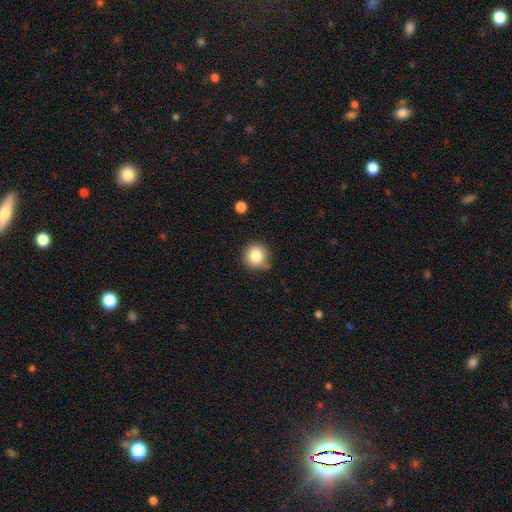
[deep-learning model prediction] Smooth or featured? Predicted: smooth (p=0.84). How rounded? Predicted: round (p=0.92). Merging? Predicted: none (p=0.77).